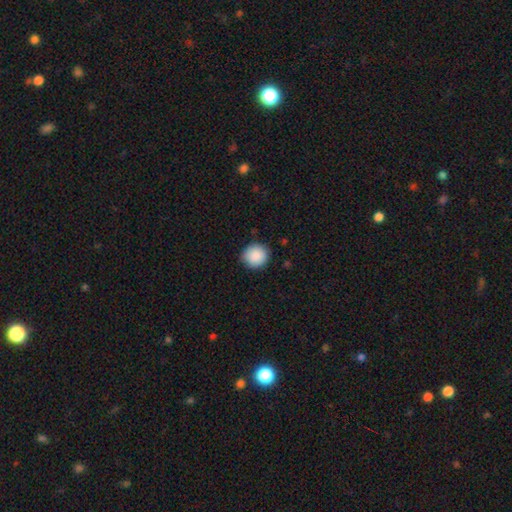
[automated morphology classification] Q: Smooth or featured?
A: smooth (89%); runner-up: star or artifact (8%)
Q: How rounded?
A: round (91%); runner-up: in between (8%)
Q: Merging?
A: none (87%); runner-up: minor disturbance (10%)